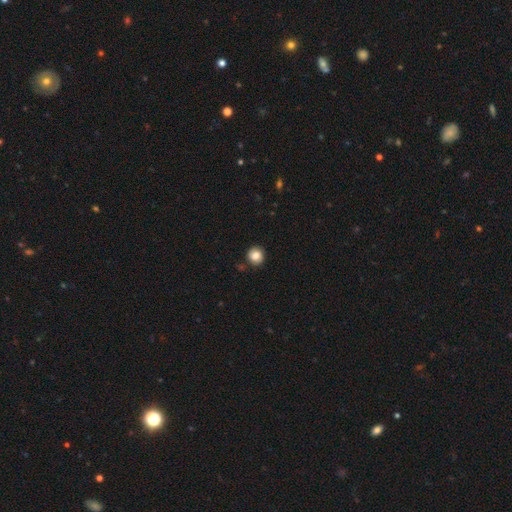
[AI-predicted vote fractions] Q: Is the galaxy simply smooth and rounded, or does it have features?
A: smooth — 83%.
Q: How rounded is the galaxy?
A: round — 91%.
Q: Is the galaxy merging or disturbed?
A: none — 87%.